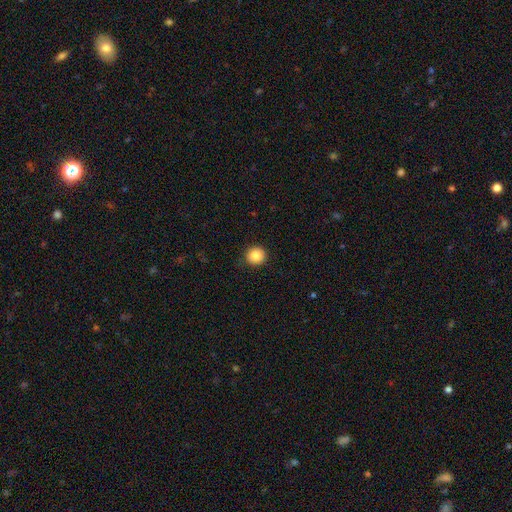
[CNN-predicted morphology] Smooth or featured? smooth (87%)
How rounded? round (93%)
Merging? none (89%)